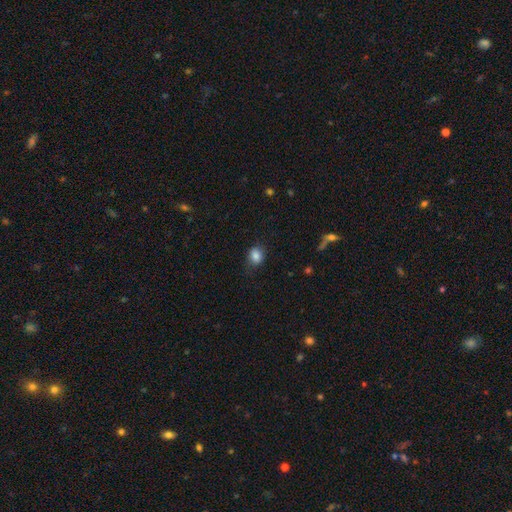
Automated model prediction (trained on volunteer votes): Smooth or featured?
  - smooth: 84% *
  - star or artifact: 10%
  - featured or disk: 7%
How rounded?
  - round: 52% *
  - in between: 47%
  - cigar-shaped: 1%
Merging?
  - none: 74% *
  - minor disturbance: 19%
  - major disturbance: 5%
  - merger: 1%